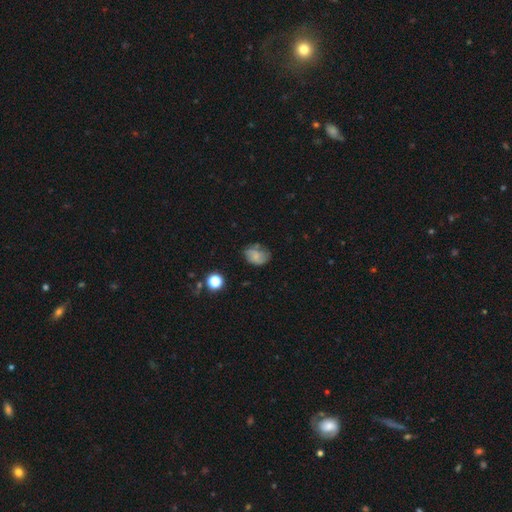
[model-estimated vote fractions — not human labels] smooth_or_featured: smooth (p=0.61) [alt: featured or disk p=0.26]
how_rounded: in between (p=0.69) [alt: round p=0.30]
merging: none (p=0.56) [alt: minor disturbance p=0.28]